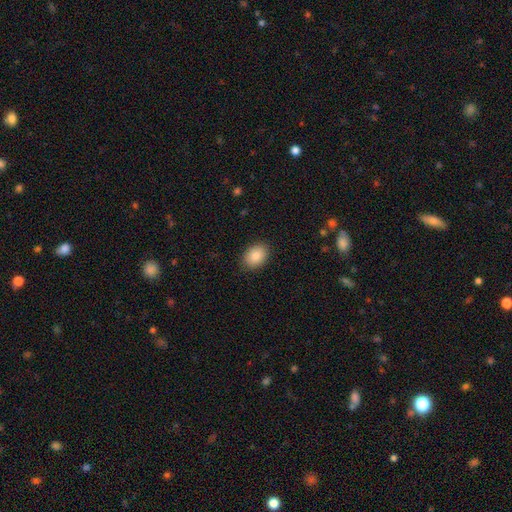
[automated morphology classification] smooth_or_featured: smooth (p=0.88) [alt: star or artifact p=0.07]
how_rounded: in between (p=0.74) [alt: round p=0.25]
merging: none (p=0.87) [alt: minor disturbance p=0.09]